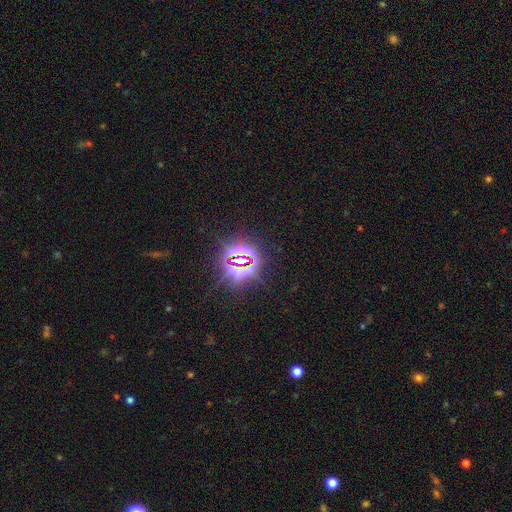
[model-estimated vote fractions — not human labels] Smooth or featured: star or artifact — 83% (smooth — 9%)